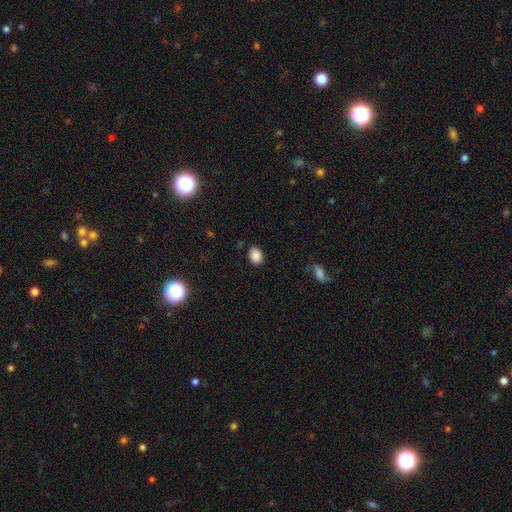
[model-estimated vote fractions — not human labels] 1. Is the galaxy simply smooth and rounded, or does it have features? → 87% smooth, 9% star or artifact, 3% featured or disk.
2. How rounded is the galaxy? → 54% in between, 45% round, 1% cigar-shaped.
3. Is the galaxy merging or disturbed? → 85% none, 10% minor disturbance, 3% major disturbance, 2% merger.